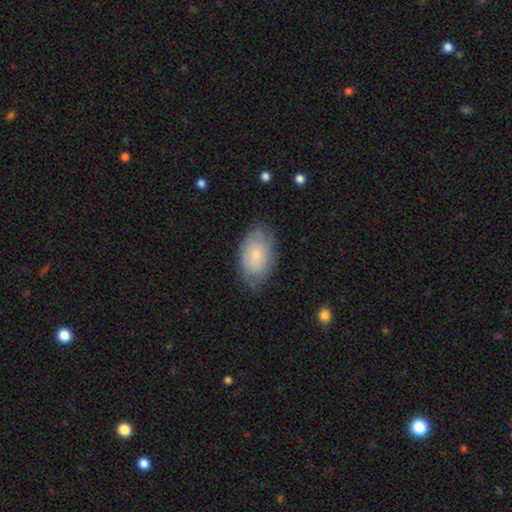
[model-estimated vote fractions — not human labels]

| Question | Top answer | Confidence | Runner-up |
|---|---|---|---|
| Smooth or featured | smooth | 51% | featured or disk (42%) |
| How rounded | in between | 89% | round (9%) |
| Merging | none | 66% | minor disturbance (26%) |